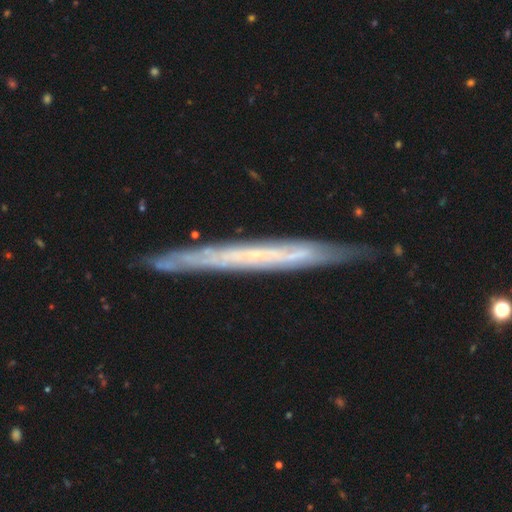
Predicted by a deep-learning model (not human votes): Smooth or featured: featured or disk — 68% (smooth — 25%)
Edge-on disk: yes — 90% (no — 10%)
Edge-on bulge: none — 89% (rounded — 7%)
Merging: none — 86% (minor disturbance — 11%)